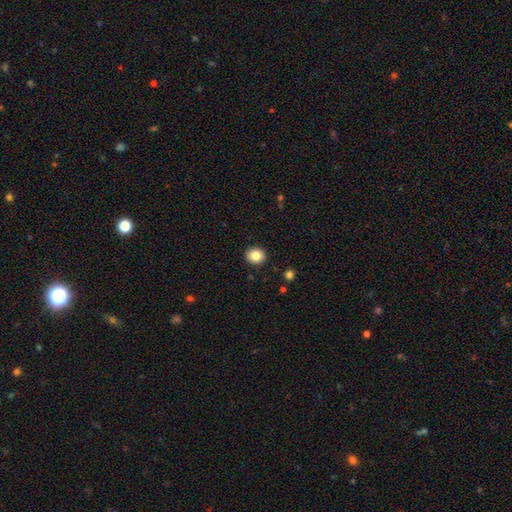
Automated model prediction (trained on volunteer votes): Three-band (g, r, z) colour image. It shows a smooth galaxy with no disk features (84%) that is round (74%). Merging: none (91%).